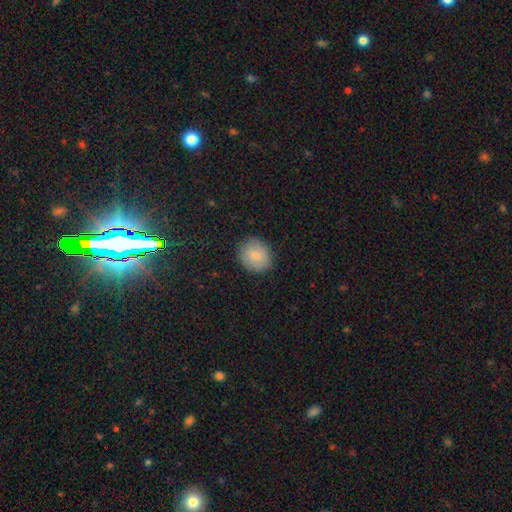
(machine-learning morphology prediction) A smooth galaxy with no disk features (82%) that is round (73%).

Vote fractions:
- Smooth or featured? smooth: 82% / featured or disk: 11% / star or artifact: 8%
- How rounded? round: 73% / in between: 26% / cigar-shaped: 1%
- Merging? none: 87% / minor disturbance: 10% / major disturbance: 3% / merger: 1%